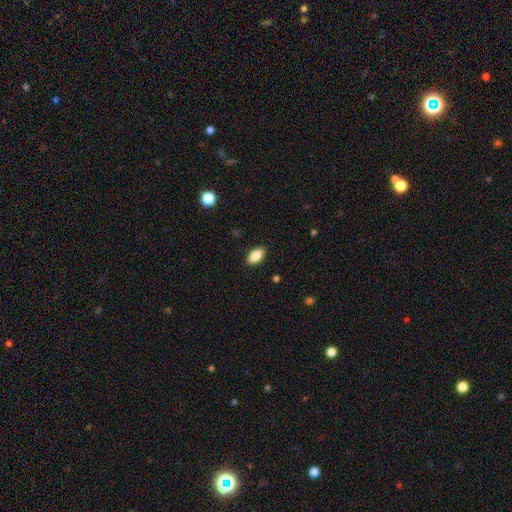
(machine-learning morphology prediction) A smooth galaxy with no disk features (84%) that is in between round and cigar-shaped (91%). Merging: none (89%).